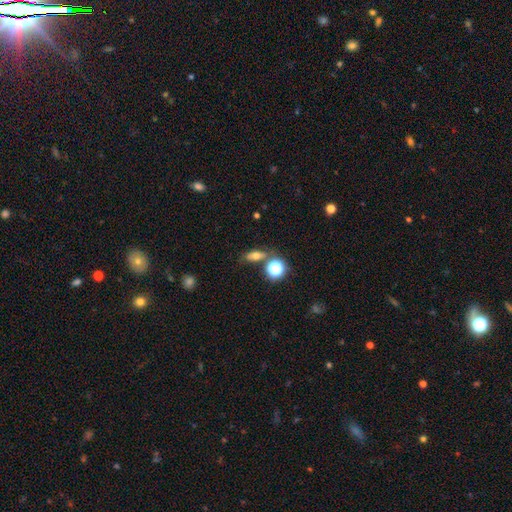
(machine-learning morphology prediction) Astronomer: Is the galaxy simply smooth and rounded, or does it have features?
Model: smooth — 62%.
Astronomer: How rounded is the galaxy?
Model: in between — 63%.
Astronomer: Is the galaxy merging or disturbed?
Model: none — 67%.